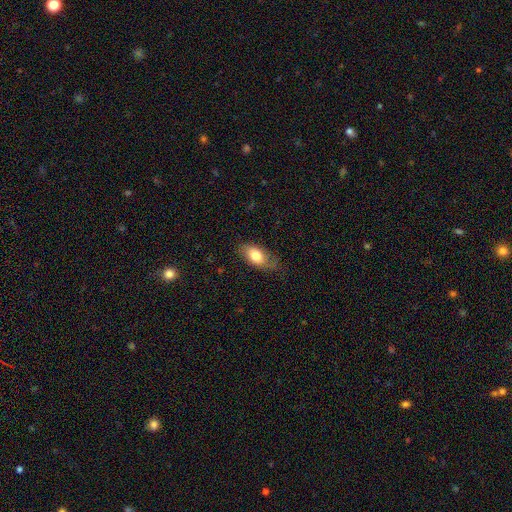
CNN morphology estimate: Smooth or featured?
  - smooth: 77% *
  - featured or disk: 17%
  - star or artifact: 7%
How rounded?
  - in between: 88% *
  - cigar-shaped: 6%
  - round: 5%
Merging?
  - none: 69% *
  - minor disturbance: 24%
  - major disturbance: 6%
  - merger: 1%